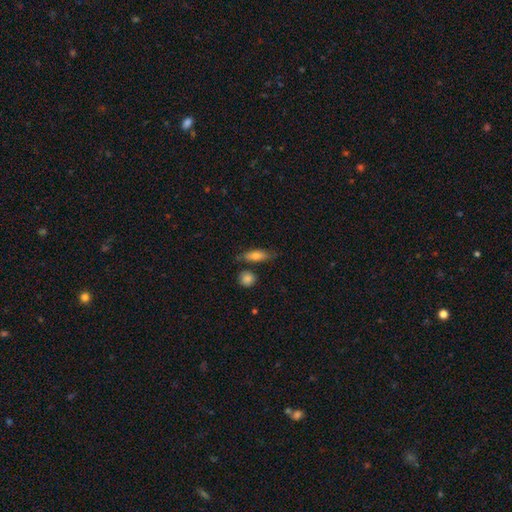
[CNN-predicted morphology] smooth 74%, featured or disk 19%, star or artifact 7%. Down the decision tree: how rounded — in between (65%); merging — none (69%).